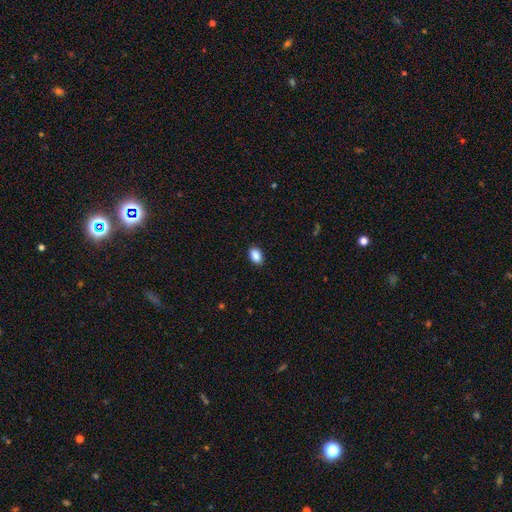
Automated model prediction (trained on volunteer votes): Morphology: type=smooth (89%); roundness=in between (89%); merging=none (90%).